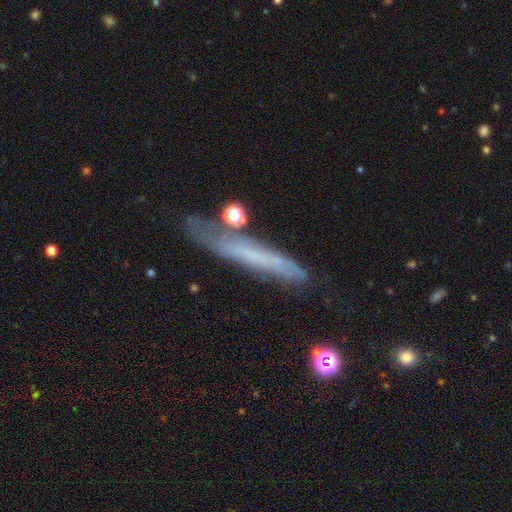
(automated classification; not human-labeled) smooth-or-featured: featured or disk: 47% | smooth: 42% | star or artifact: 11%
  merging: none: 63% | minor disturbance: 22% | major disturbance: 9% | merger: 6%